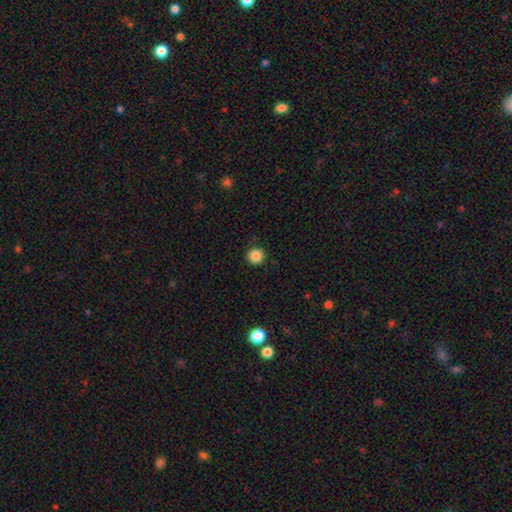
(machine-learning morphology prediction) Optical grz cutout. It shows a smooth galaxy with no disk features (86%) that is round (94%). Merging: none (90%).